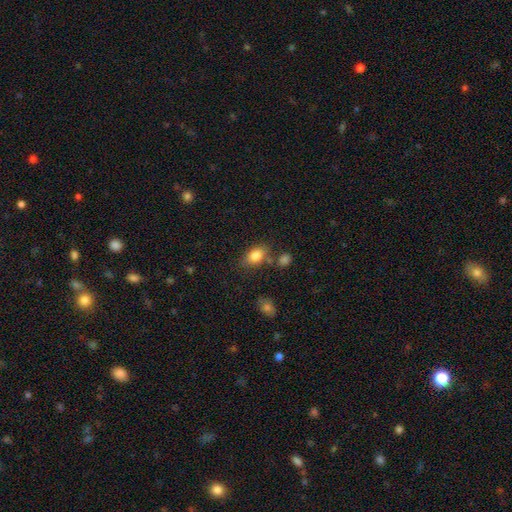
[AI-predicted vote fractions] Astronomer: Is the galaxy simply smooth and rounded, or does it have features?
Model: smooth — 83%.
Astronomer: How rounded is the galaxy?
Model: in between — 84%.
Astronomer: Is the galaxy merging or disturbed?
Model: none — 71%.